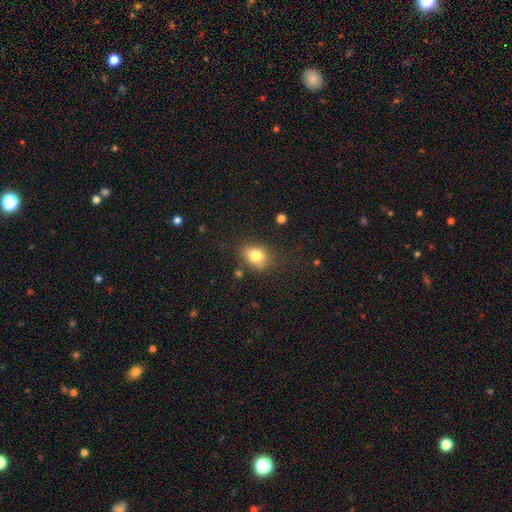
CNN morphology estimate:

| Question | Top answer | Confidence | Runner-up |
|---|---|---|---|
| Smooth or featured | smooth | 80% | star or artifact (10%) |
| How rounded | in between | 56% | round (43%) |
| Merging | none | 75% | minor disturbance (16%) |